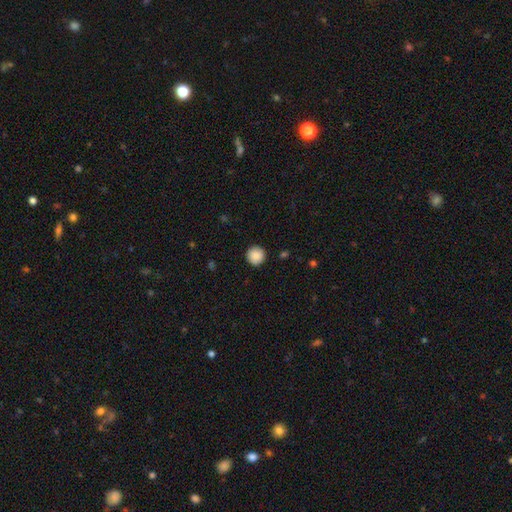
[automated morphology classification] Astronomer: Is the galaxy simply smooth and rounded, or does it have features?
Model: smooth — 89%.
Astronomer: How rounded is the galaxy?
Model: round — 95%.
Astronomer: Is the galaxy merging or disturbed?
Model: none — 91%.